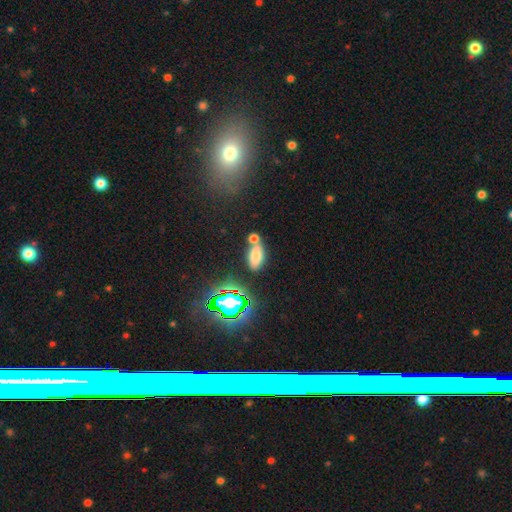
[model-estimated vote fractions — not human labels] Smooth or featured: smooth — 70% (star or artifact — 19%)
How rounded: in between — 88% (cigar-shaped — 6%)
Merging: none — 55% (merger — 28%)